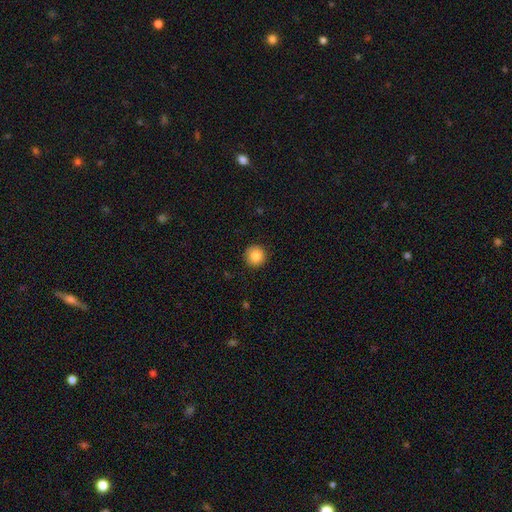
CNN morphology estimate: smooth_or_featured: smooth (p=0.86) [alt: star or artifact p=0.09]
how_rounded: round (p=0.95) [alt: in between p=0.04]
merging: none (p=0.91) [alt: minor disturbance p=0.07]